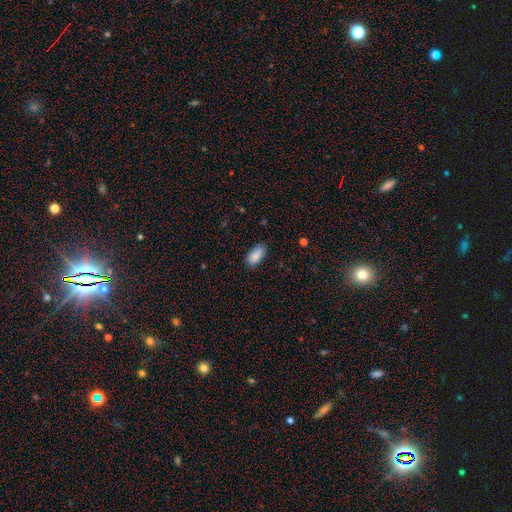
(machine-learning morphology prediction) A smooth galaxy with no disk features (88%) that is in between round and cigar-shaped (91%). Merging: none (80%).